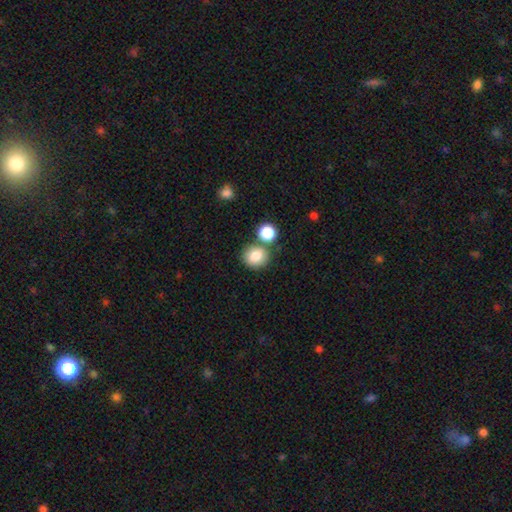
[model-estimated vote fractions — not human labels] This appears to be a smooth galaxy with no disk features (82%) that is round (81%). Merging: none (66%).